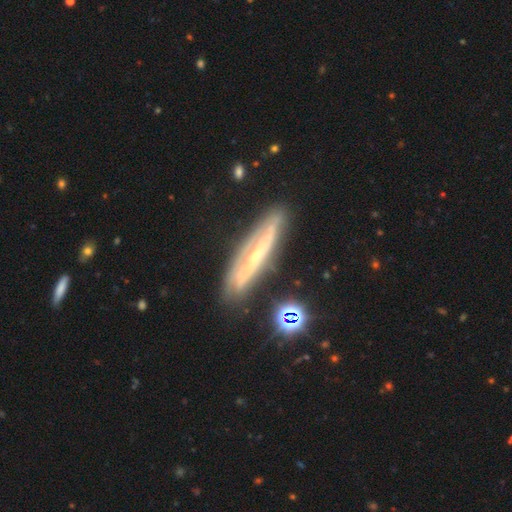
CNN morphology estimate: smooth_or_featured: featured or disk (p=0.72) [alt: smooth p=0.19]
disk_edge_on: yes (p=0.54) [alt: no p=0.46]
merging: none (p=0.75) [alt: minor disturbance p=0.17]